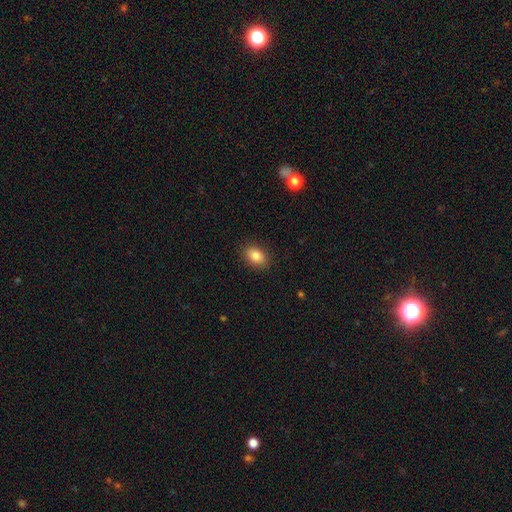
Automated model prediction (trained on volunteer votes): This appears to be a smooth galaxy with no disk features (83%) that is in between round and cigar-shaped (75%). Merging: none (89%).